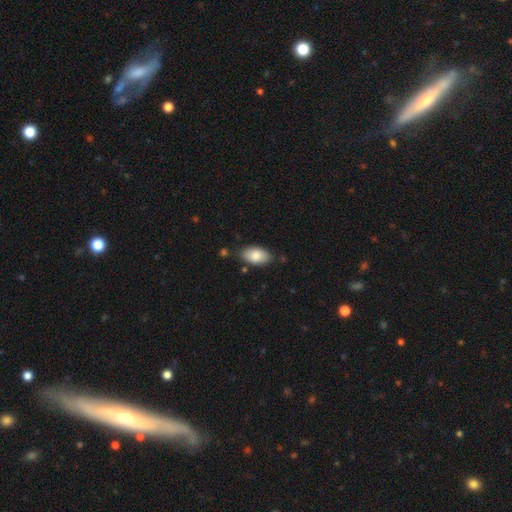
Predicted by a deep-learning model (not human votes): A smooth galaxy with no disk features (84%) that is in between round and cigar-shaped (94%).

Vote fractions:
- Smooth or featured? smooth: 84% / featured or disk: 10% / star or artifact: 6%
- How rounded? in between: 94% / round: 4% / cigar-shaped: 2%
- Merging? none: 79% / minor disturbance: 15% / merger: 3% / major disturbance: 3%